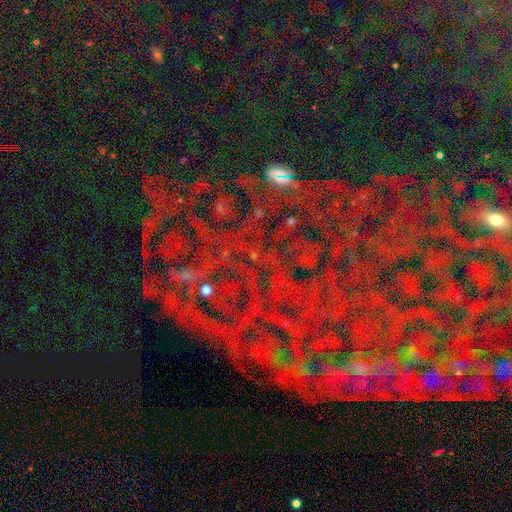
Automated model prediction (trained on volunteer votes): Smooth or featured: star or artifact — 81% (featured or disk — 10%)